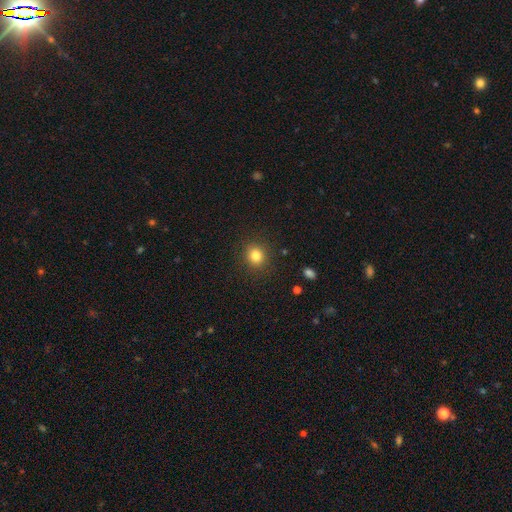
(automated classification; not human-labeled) Smooth or featured: smooth — 82% (star or artifact — 12%)
How rounded: round — 85% (in between — 14%)
Merging: none — 90% (minor disturbance — 7%)